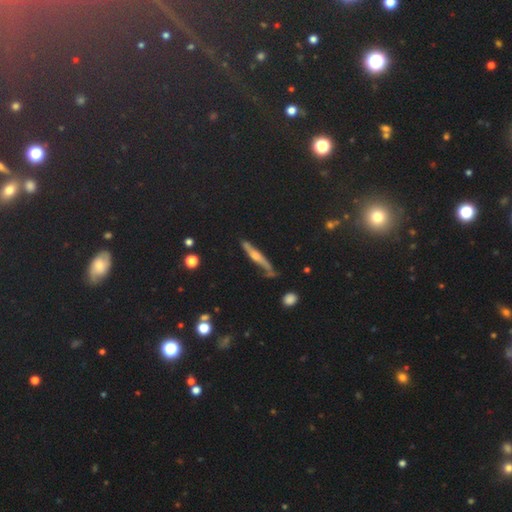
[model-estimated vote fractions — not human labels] Smooth or featured? Predicted: featured or disk (p=0.48). Merging? Predicted: none (p=0.64).